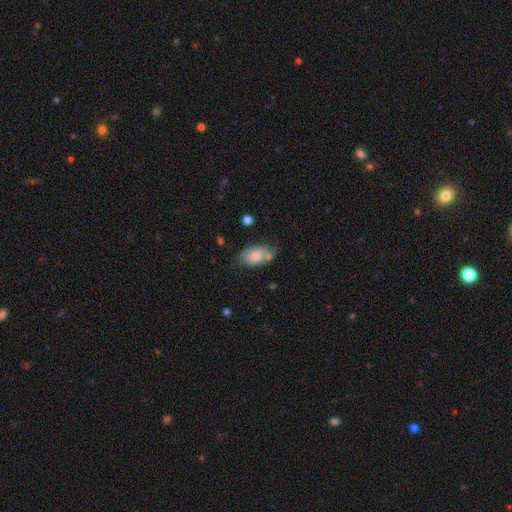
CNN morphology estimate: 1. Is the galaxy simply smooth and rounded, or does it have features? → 75% smooth, 18% featured or disk, 7% star or artifact.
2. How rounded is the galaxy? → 91% in between, 6% round, 2% cigar-shaped.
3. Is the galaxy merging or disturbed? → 59% none, 25% minor disturbance, 10% merger, 6% major disturbance.